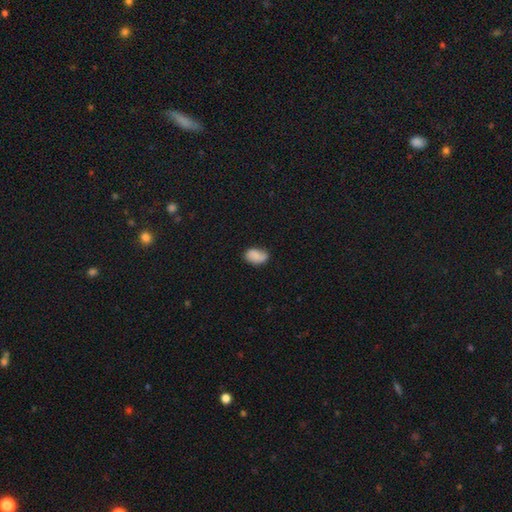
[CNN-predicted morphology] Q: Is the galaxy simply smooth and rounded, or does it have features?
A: smooth — 80%.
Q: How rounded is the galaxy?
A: in between — 88%.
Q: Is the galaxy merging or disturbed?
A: none — 58%.